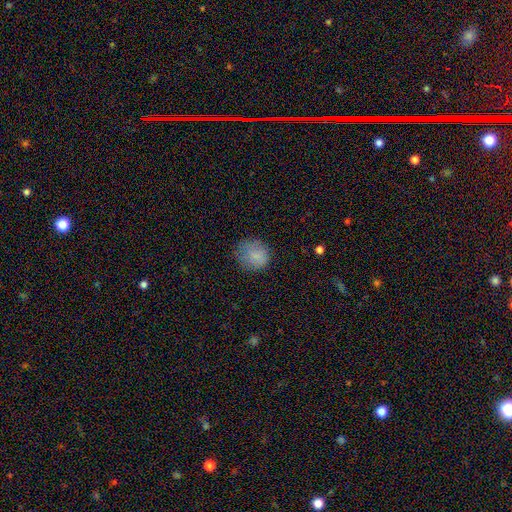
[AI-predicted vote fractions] Smooth or featured?
  - smooth: 82% *
  - star or artifact: 10%
  - featured or disk: 8%
How rounded?
  - round: 81% *
  - in between: 19%
  - cigar-shaped: 1%
Merging?
  - none: 70% *
  - minor disturbance: 21%
  - major disturbance: 7%
  - merger: 1%